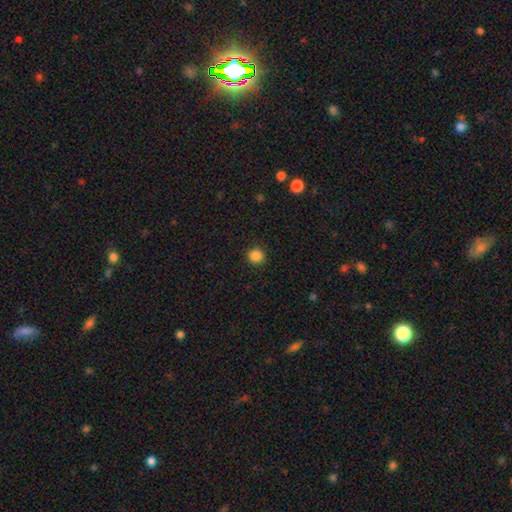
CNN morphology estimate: A smooth galaxy with no disk features (86%) that is round (91%). Merging: none (91%).